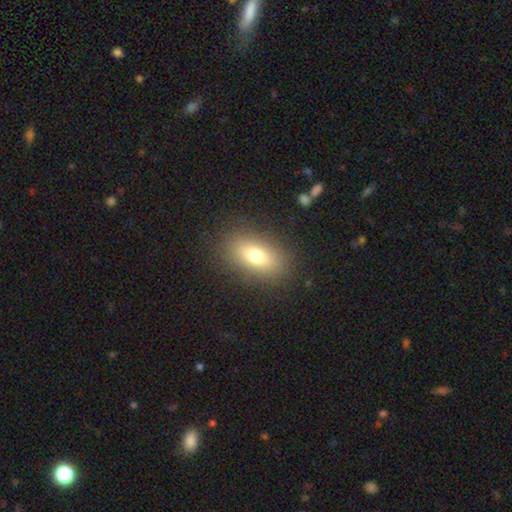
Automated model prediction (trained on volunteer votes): Q: Smooth or featured?
A: smooth (73%); runner-up: featured or disk (15%)
Q: How rounded?
A: in between (83%); runner-up: round (13%)
Q: Merging?
A: none (86%); runner-up: minor disturbance (9%)